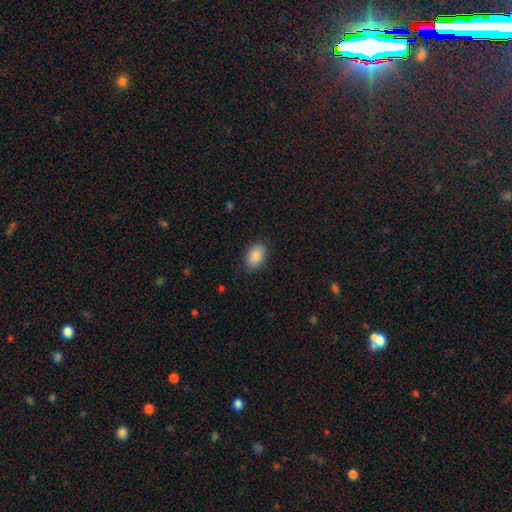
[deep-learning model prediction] Overall: smooth (89%). How rounded: in between (90%). Merging: none (86%).